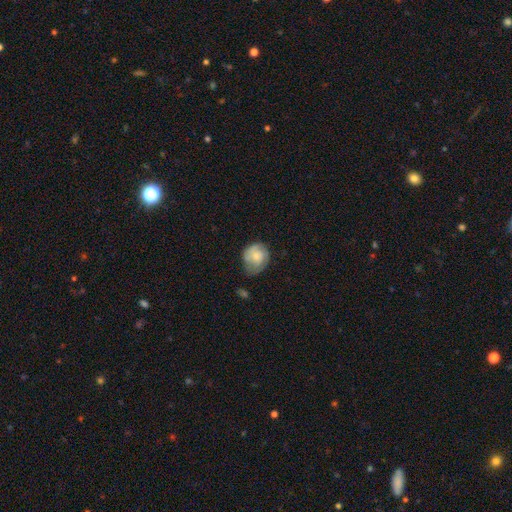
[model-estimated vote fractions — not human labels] This is possibly a smooth galaxy (59%). How rounded: likely round (61%). Merging: possibly none (48%).